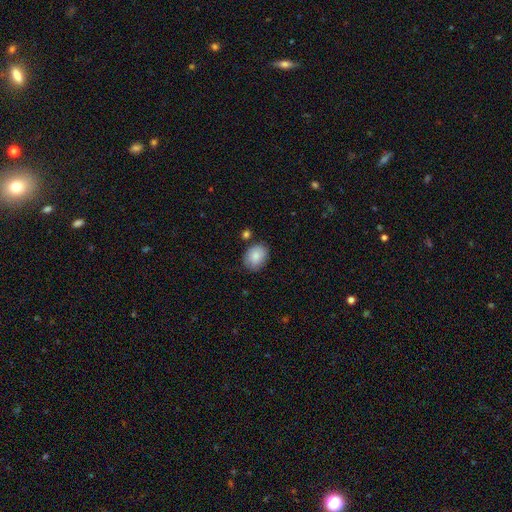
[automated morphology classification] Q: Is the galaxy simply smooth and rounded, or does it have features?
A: smooth — 87%.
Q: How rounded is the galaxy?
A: in between — 65%.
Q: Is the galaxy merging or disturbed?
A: none — 79%.